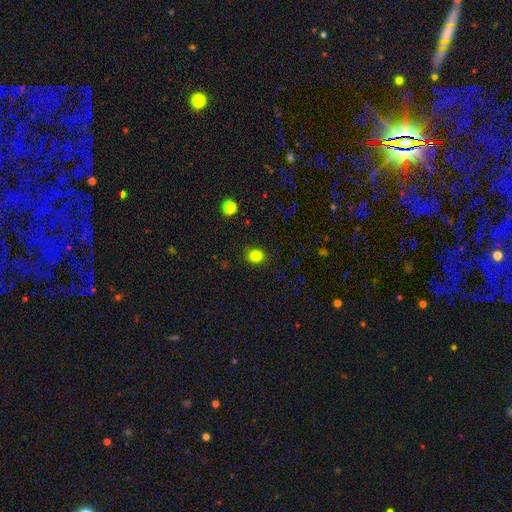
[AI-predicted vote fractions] Smooth or featured? smooth (84%)
How rounded? round (62%)
Merging? none (86%)